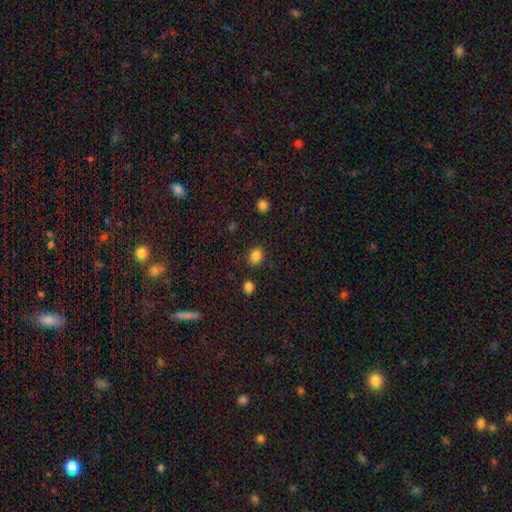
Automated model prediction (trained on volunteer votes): A smooth galaxy with no disk features (85%) that is round (61%).

Vote fractions:
- Smooth or featured? smooth: 85% / star or artifact: 11% / featured or disk: 4%
- How rounded? round: 61% / in between: 38% / cigar-shaped: 1%
- Merging? none: 86% / minor disturbance: 8% / merger: 3% / major disturbance: 3%